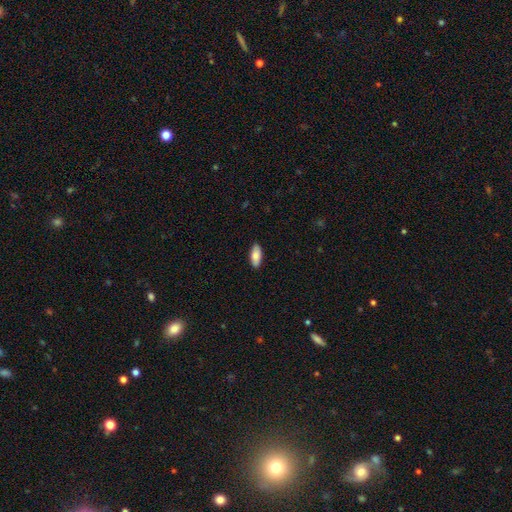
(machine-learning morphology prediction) This appears to be a smooth galaxy with no disk features (84%) that is in between round and cigar-shaped (85%). Merging: none (90%).